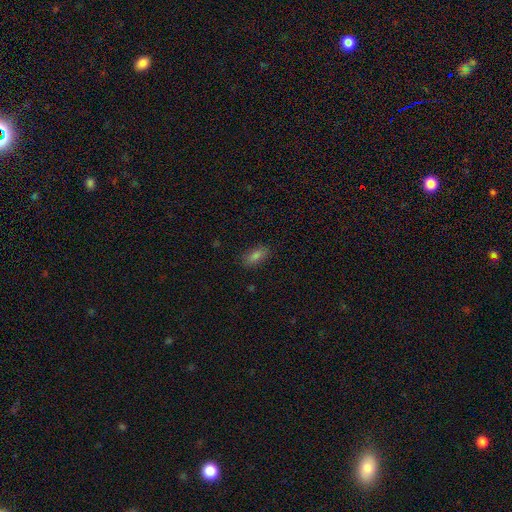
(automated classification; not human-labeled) Smooth or featured?
  - smooth: 78% *
  - star or artifact: 13%
  - featured or disk: 10%
How rounded?
  - in between: 83% *
  - cigar-shaped: 13%
  - round: 4%
Merging?
  - none: 87% *
  - minor disturbance: 10%
  - major disturbance: 2%
  - merger: 1%